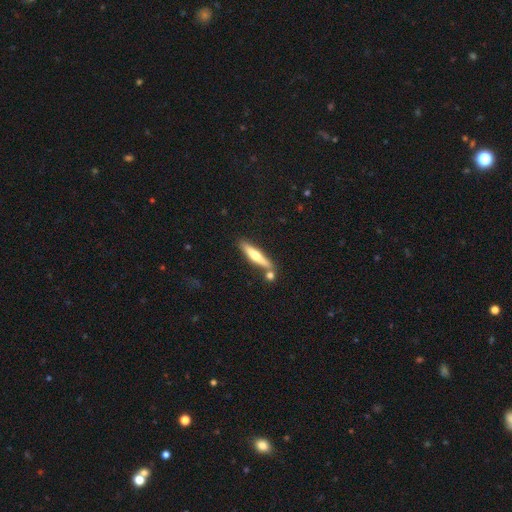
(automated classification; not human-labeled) A smooth galaxy with no disk features (47%, tied with featured or disk). Merging: none (74%).